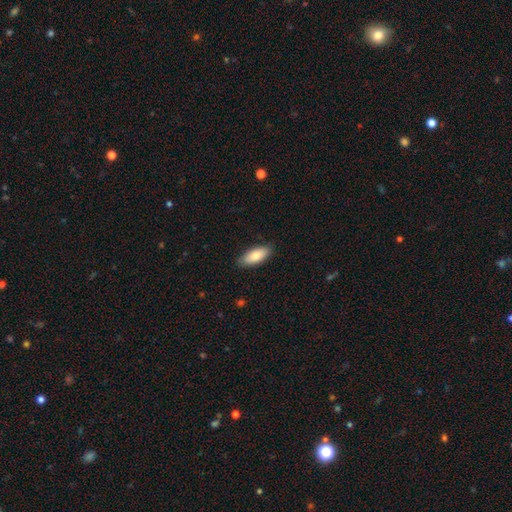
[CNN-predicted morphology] A smooth galaxy with no disk features (83%) that is in between round and cigar-shaped (83%).

Vote fractions:
- Smooth or featured? smooth: 83% / featured or disk: 12% / star or artifact: 6%
- How rounded? in between: 83% / cigar-shaped: 15% / round: 2%
- Merging? none: 86% / minor disturbance: 11% / major disturbance: 2% / merger: 1%